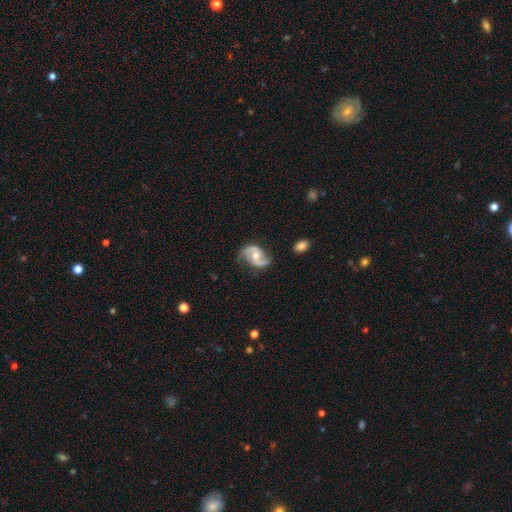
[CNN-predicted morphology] Smooth or featured: featured or disk — 86% (smooth — 9%)
Edge-on disk: no — 98% (yes — 2%)
Bar: no — 53% (weak — 36%)
Spiral arms: yes — 96% (no — 4%)
Spiral winding: loose — 52% (medium — 38%)
Spiral arm count: 2 — 92% (1 — 2%)
Bulge size: moderate — 68% (small — 26%)
Merging: none — 74% (minor disturbance — 18%)